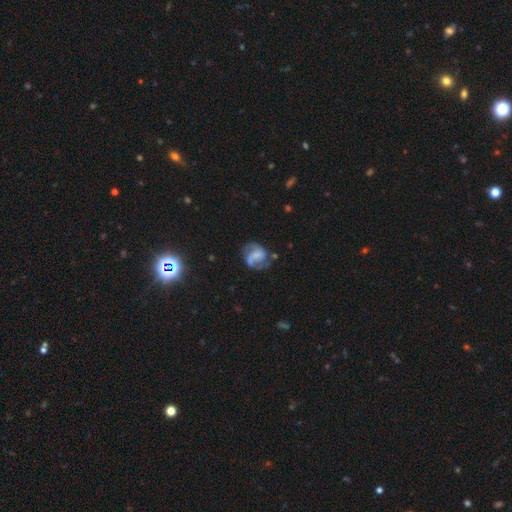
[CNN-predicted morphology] smooth_or_featured: featured or disk (p=0.73) [alt: smooth p=0.19]
disk_edge_on: no (p=0.98) [alt: yes p=0.02]
bar: weak (p=0.42) [alt: no p=0.38]
has_spiral_arms: yes (p=0.91) [alt: no p=0.09]
spiral_winding: medium (p=0.48) [alt: loose p=0.31]
spiral_arm_count: 2 (p=0.80) [alt: 1 p=0.10]
bulge_size: none (p=0.45) [alt: small p=0.24]
merging: none (p=0.59) [alt: minor disturbance p=0.22]